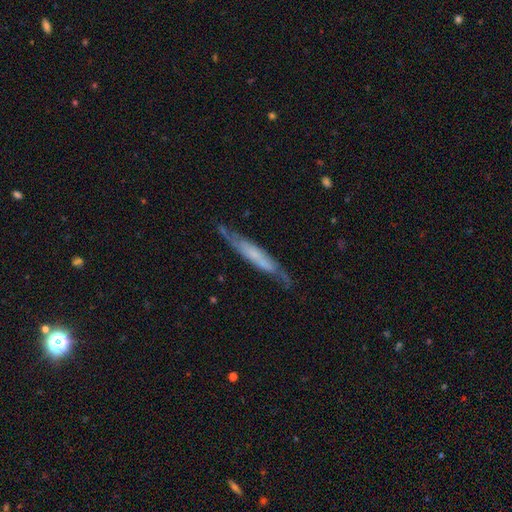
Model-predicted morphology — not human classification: Smooth or featured?
  - featured or disk: 62% *
  - smooth: 31%
  - star or artifact: 6%
Edge-on disk?
  - yes: 69% *
  - no: 31%
Merging?
  - none: 71% *
  - minor disturbance: 21%
  - major disturbance: 6%
  - merger: 2%